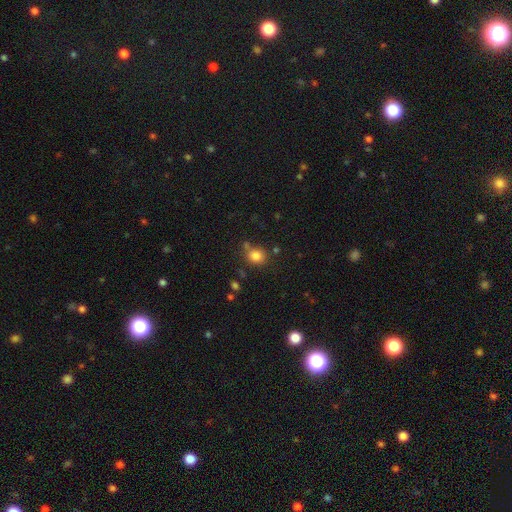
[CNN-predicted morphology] smooth 82%, star or artifact 12%, featured or disk 6%. Down the decision tree: how rounded — round (72%); merging — none (72%).